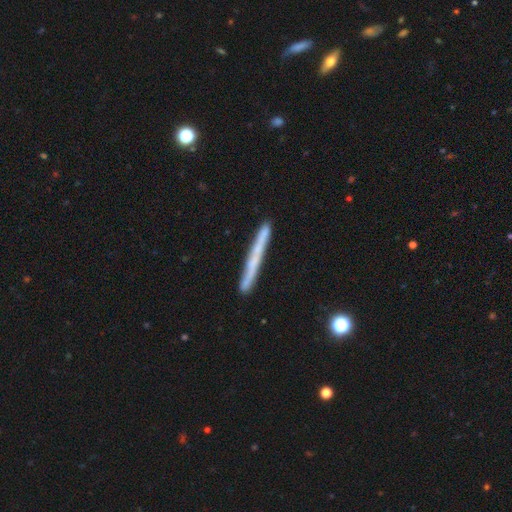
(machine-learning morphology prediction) type=featured or disk (47%); merging=none (88%).